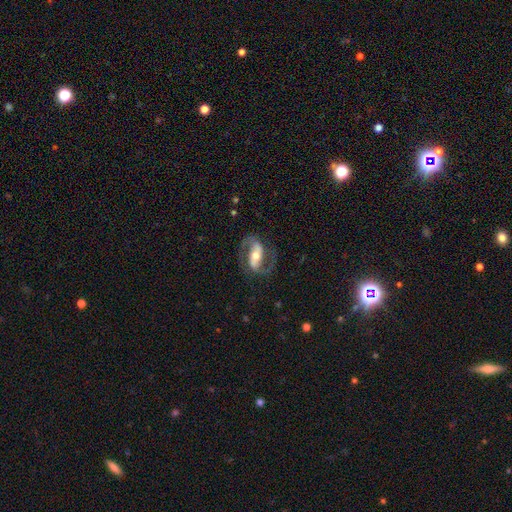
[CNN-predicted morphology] The model was most divided on "bar": strong: 55%, weak: 27%, no: 18%. More confident: edge-on disk — no (95%); spiral arms — yes (94%); spiral arm count — 2 (92%); smooth or featured — featured or disk (87%); merging — none (78%); bulge size — moderate (63%); spiral winding — medium (56%).